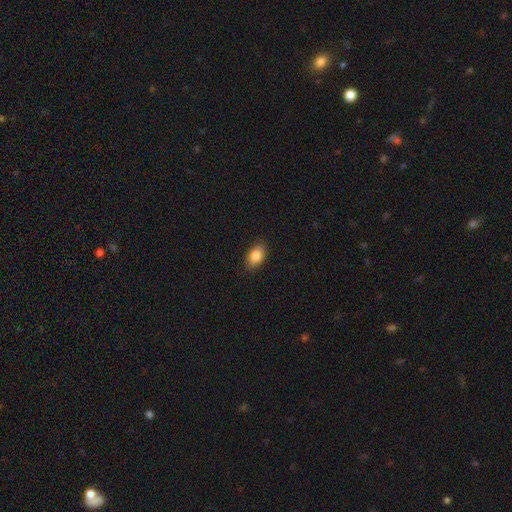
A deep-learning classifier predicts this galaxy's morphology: smooth-or-featured: smooth: 85% | star or artifact: 8% | featured or disk: 7%
  how-rounded: in between: 89% | round: 9% | cigar-shaped: 2%
  merging: none: 88% | minor disturbance: 9% | major disturbance: 2% | merger: 1%